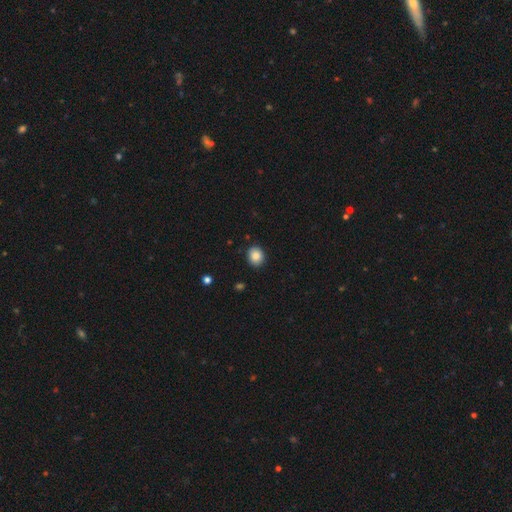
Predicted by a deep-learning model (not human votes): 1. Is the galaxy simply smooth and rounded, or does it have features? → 86% smooth, 9% star or artifact, 5% featured or disk.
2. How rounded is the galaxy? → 69% round, 30% in between, 1% cigar-shaped.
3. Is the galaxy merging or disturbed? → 90% none, 7% minor disturbance, 2% major disturbance, 1% merger.